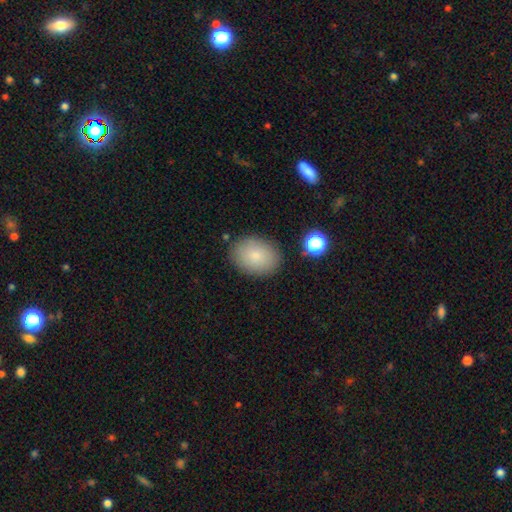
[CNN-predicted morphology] A smooth galaxy with no disk features (82%) that is in between round and cigar-shaped (69%). Merging: none (85%).